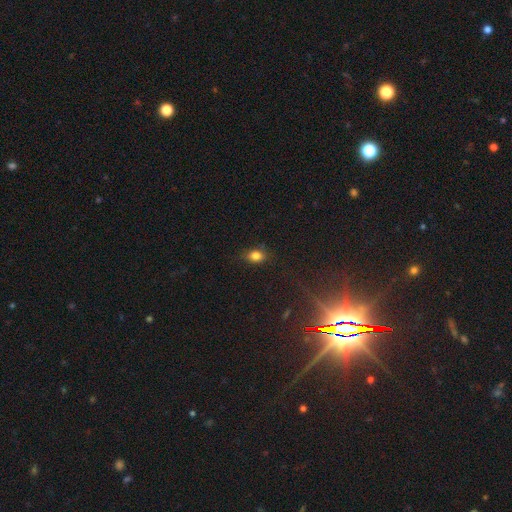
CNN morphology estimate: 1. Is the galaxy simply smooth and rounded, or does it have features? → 80% smooth, 13% star or artifact, 7% featured or disk.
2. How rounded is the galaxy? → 70% in between, 28% round, 2% cigar-shaped.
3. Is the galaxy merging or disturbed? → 79% none, 16% minor disturbance, 4% major disturbance, 1% merger.